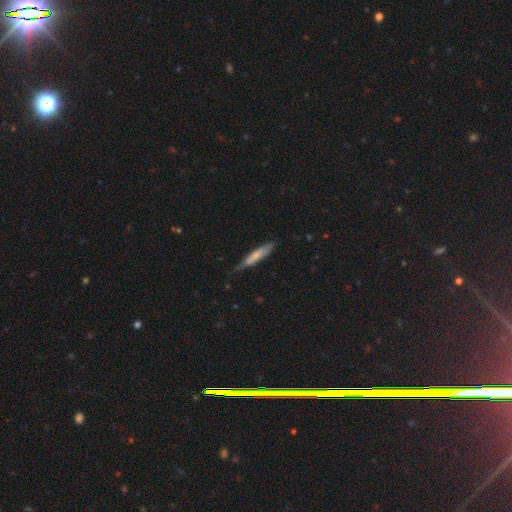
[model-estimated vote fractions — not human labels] The model was most divided on "smooth or featured": smooth: 59%, featured or disk: 35%, star or artifact: 6%. More confident: how rounded — cigar-shaped (87%); merging — none (69%).